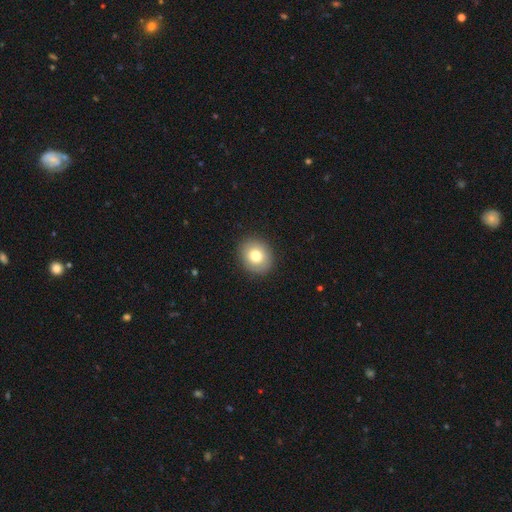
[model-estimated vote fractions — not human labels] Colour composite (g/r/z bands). It shows a smooth galaxy with no disk features (77%) that is round (72%). Merging: none (90%).